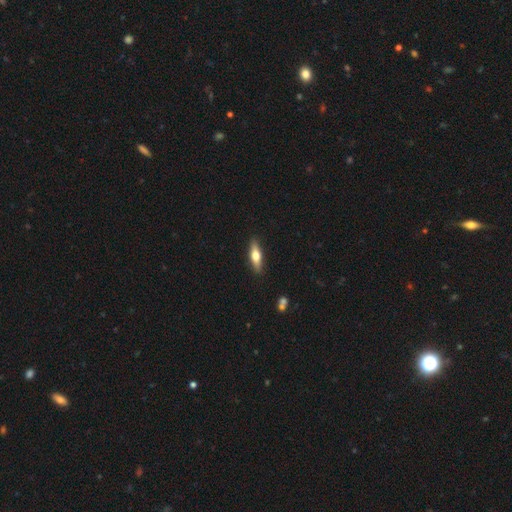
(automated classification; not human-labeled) Smooth or featured? Predicted: smooth (p=0.49). Merging? Predicted: none (p=0.89).